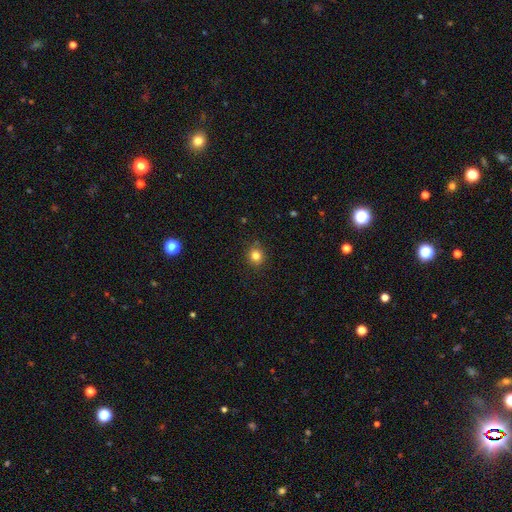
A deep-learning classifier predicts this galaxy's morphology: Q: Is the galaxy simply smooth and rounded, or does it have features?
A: smooth — 82%.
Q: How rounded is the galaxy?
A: round — 87%.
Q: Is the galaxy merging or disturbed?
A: none — 89%.